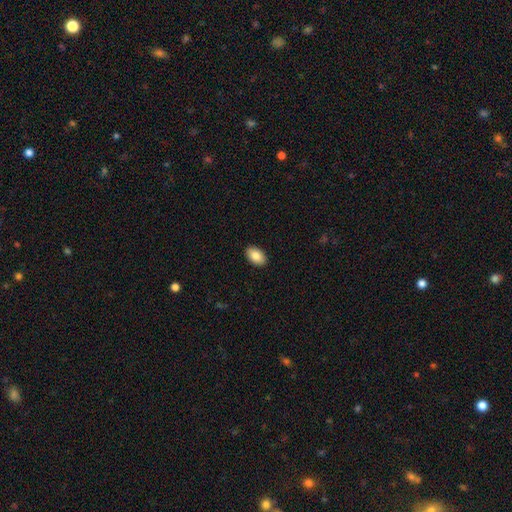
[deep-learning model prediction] Smooth or featured? smooth (85%)
How rounded? in between (93%)
Merging? none (91%)